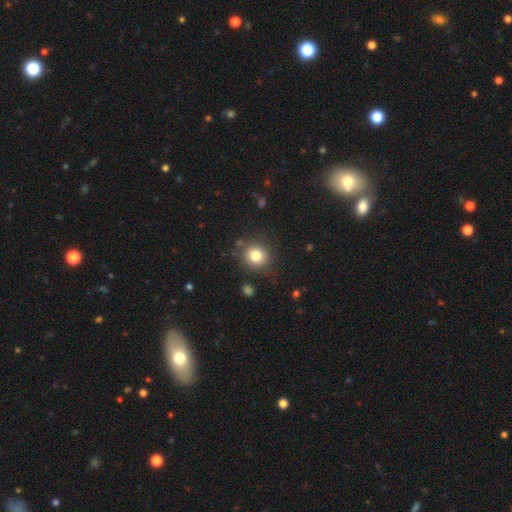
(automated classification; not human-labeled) Smooth or featured? smooth (80%)
How rounded? round (87%)
Merging? none (84%)